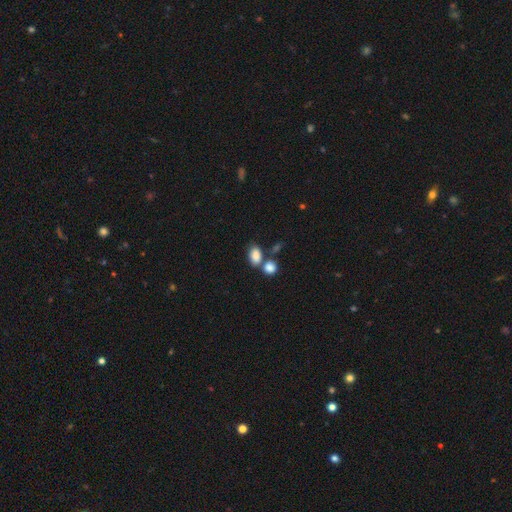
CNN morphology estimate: This appears to be a smooth galaxy with no disk features (85%) that is in between round and cigar-shaped (82%). Merging: none (43%).